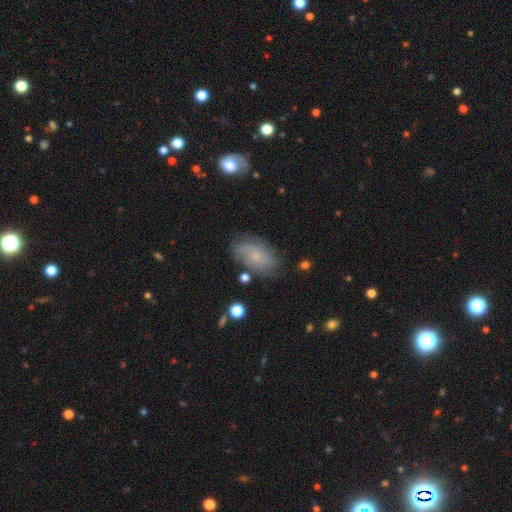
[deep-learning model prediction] Smooth or featured? featured or disk (48%)
Merging? none (67%)